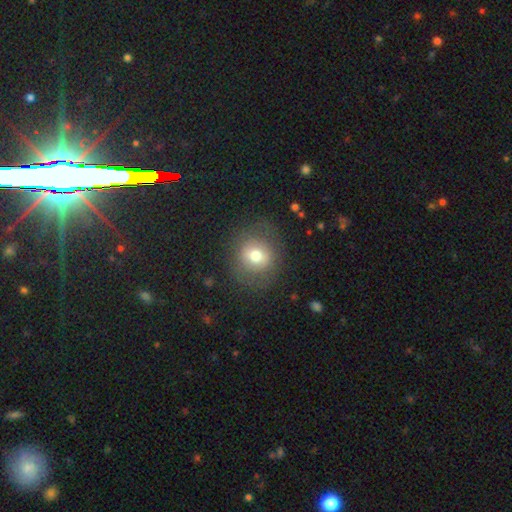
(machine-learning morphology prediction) The model was most divided on "smooth or featured": smooth: 67%, featured or disk: 21%, star or artifact: 12%. More confident: how rounded — round (85%); merging — none (79%).